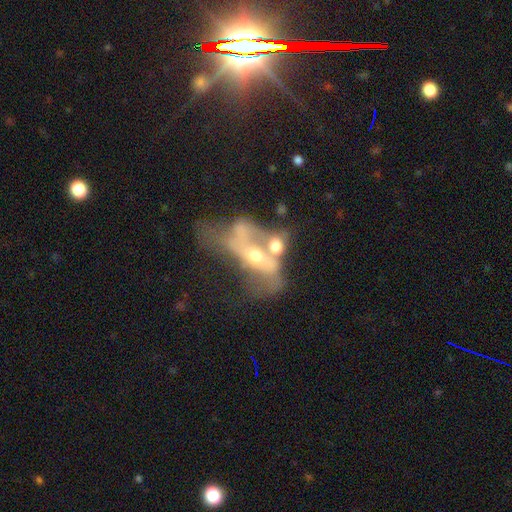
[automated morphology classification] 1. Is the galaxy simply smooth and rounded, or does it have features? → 65% featured or disk, 23% smooth, 12% star or artifact.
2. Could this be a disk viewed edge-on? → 89% no, 11% yes.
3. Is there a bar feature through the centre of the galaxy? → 70% no, 20% weak, 10% strong.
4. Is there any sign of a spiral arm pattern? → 66% no, 34% yes.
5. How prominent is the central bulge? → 61% moderate, 25% small, 7% large, 5% none, 2% dominant.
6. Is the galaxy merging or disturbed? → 58% merger, 23% major disturbance, 11% none, 8% minor disturbance.